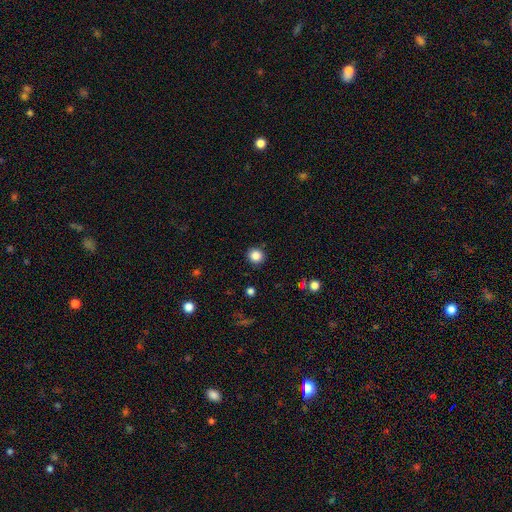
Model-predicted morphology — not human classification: A smooth galaxy with no disk features (85%) that is round (92%). Merging: none (91%).